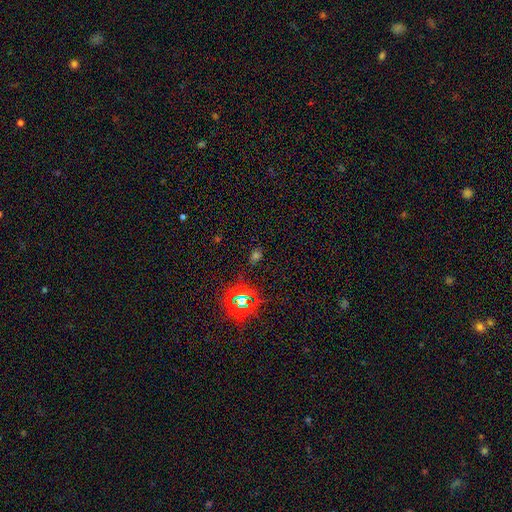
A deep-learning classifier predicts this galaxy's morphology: A star or artifact, not a galaxy (55%).

Vote fractions:
- Smooth or featured? star or artifact: 55% / smooth: 38% / featured or disk: 7%